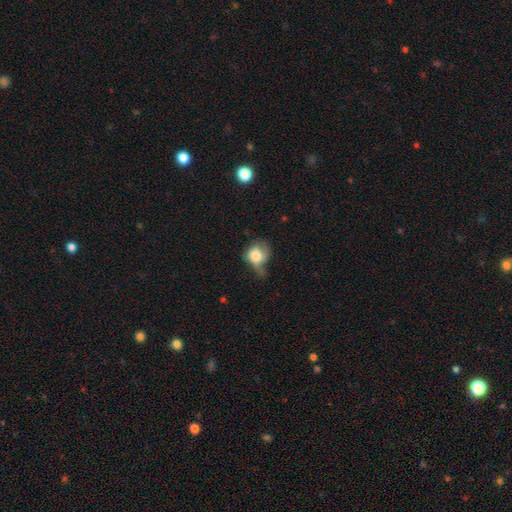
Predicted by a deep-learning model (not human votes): A smooth galaxy with no disk features (68%) that is round (60%).

Vote fractions:
- Smooth or featured? smooth: 68% / featured or disk: 24% / star or artifact: 9%
- How rounded? round: 60% / in between: 38% / cigar-shaped: 1%
- Merging? major disturbance: 36% / minor disturbance: 35% / none: 24% / merger: 5%